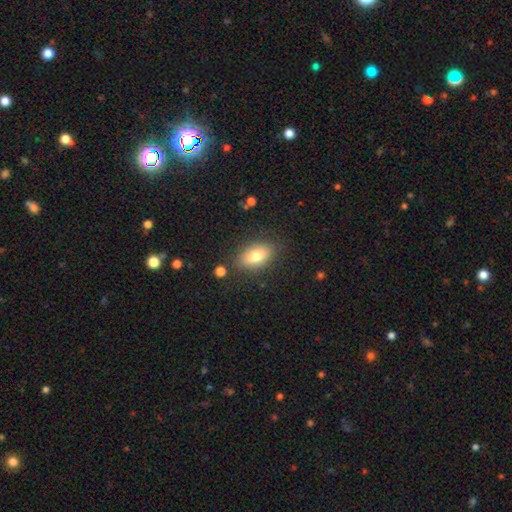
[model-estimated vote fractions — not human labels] The model was most divided on "smooth or featured": smooth: 76%, featured or disk: 15%, star or artifact: 9%. More confident: how rounded — in between (87%); merging — none (84%).